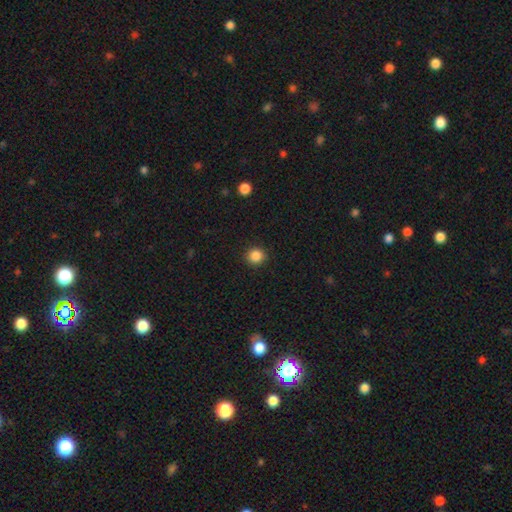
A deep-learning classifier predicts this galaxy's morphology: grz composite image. It shows a smooth galaxy with no disk features (87%) that is round (92%). Merging: none (92%).